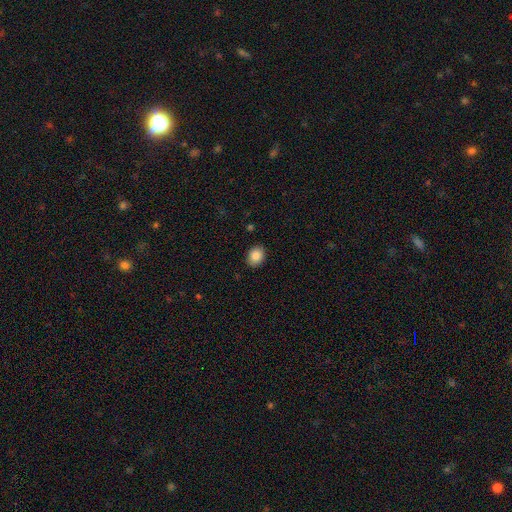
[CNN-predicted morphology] Q: Smooth or featured?
A: smooth (86%); runner-up: star or artifact (8%)
Q: How rounded?
A: in between (58%); runner-up: round (42%)
Q: Merging?
A: none (89%); runner-up: minor disturbance (8%)